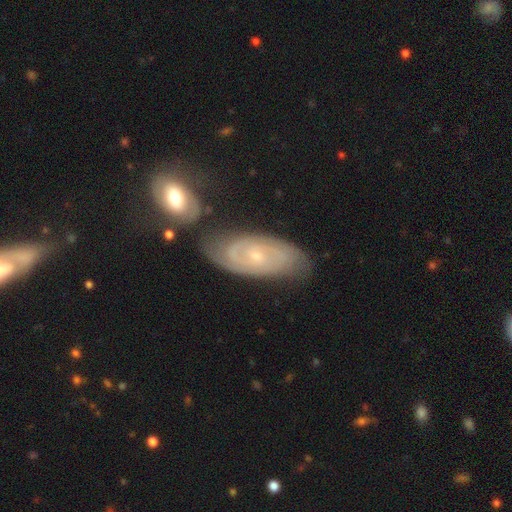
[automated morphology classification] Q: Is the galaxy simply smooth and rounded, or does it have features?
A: featured or disk — 80%.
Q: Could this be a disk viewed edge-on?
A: no — 94%.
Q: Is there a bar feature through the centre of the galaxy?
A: no — 76%.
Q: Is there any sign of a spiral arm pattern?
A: yes — 92%.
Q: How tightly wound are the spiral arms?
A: tight — 73%.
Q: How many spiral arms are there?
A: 2 — 43%.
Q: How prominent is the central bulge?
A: small — 76%.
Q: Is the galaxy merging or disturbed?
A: none — 65%.